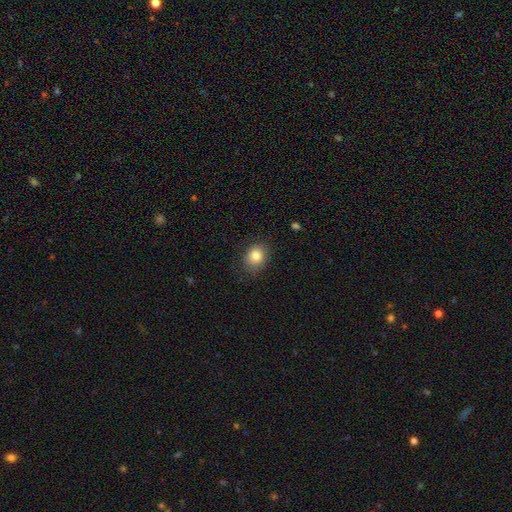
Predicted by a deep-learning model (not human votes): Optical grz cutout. It shows a smooth galaxy with no disk features (84%) that is round (51%). Merging: none (80%).